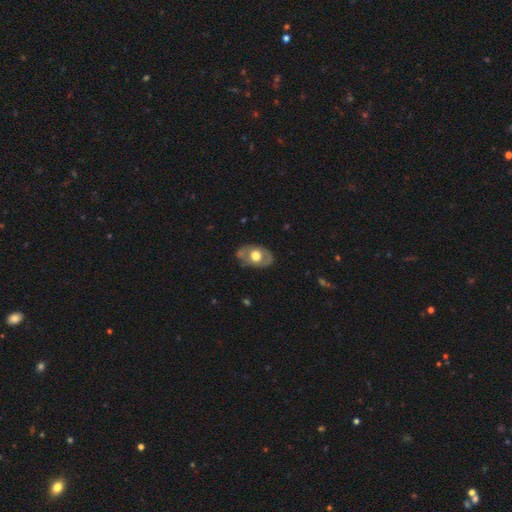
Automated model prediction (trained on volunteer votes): Overall: featured or disk (49%; smooth 45%). Merging: none (72%).